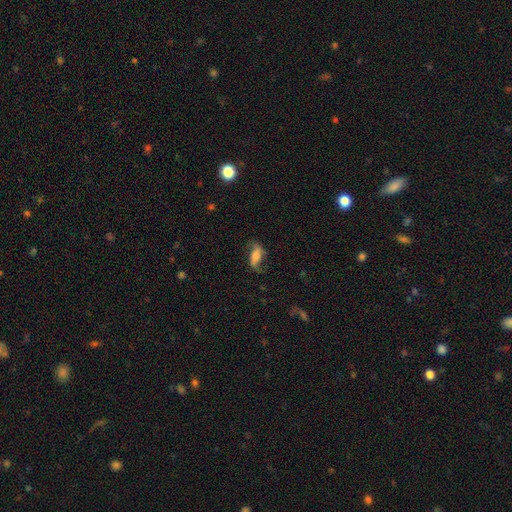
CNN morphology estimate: featured or disk 52%, smooth 40%, star or artifact 8%. Down the decision tree: edge-on disk — no (89%); merging — none (66%).